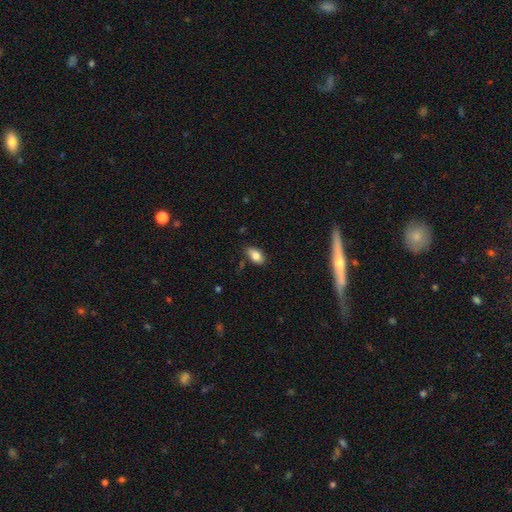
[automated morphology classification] Smooth or featured? smooth (83%)
How rounded? in between (92%)
Merging? none (78%)